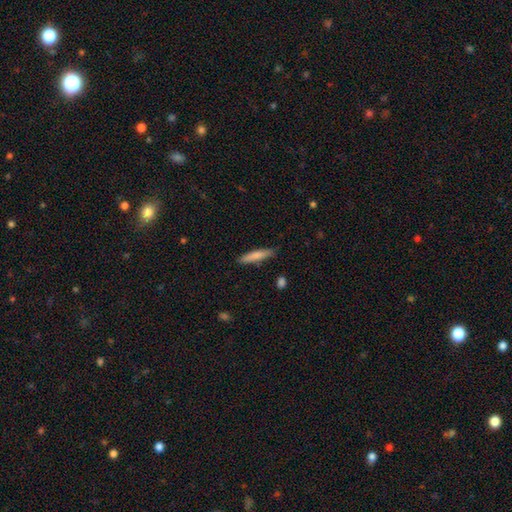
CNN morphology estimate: Smooth or featured?
  - smooth: 78% *
  - featured or disk: 16%
  - star or artifact: 6%
How rounded?
  - cigar-shaped: 87% *
  - in between: 12%
  - round: 1%
Merging?
  - none: 83% *
  - minor disturbance: 12%
  - major disturbance: 2%
  - merger: 2%